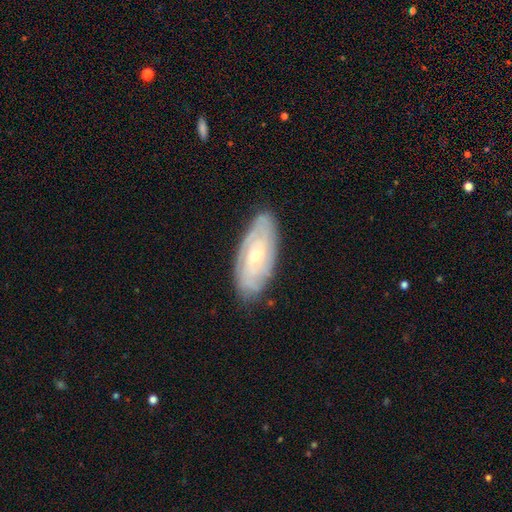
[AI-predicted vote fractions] This is likely a featured or disk galaxy (76%). It is clearly not viewed edge-on (91%). Bar: likely no (68%). Spiral arm pattern: clearly yes (91%). Spiral arm count: possibly can't tell (47%). Spiral winding: likely tight (70%). Central bulge: likely small (61%). Merging: likely none (80%).